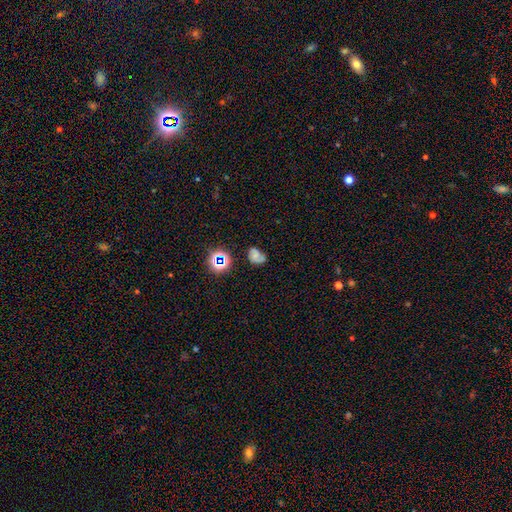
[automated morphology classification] Q: Smooth or featured?
A: featured or disk (40%); runner-up: smooth (39%)
Q: Merging?
A: none (51%); runner-up: minor disturbance (26%)